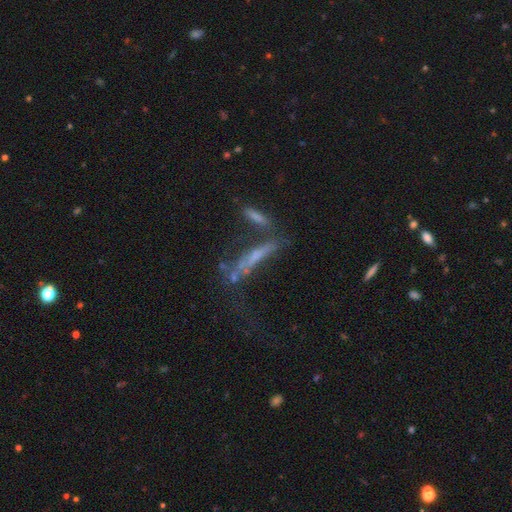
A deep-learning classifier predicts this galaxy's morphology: A featured or disk galaxy (48%). Merging: none (39%).